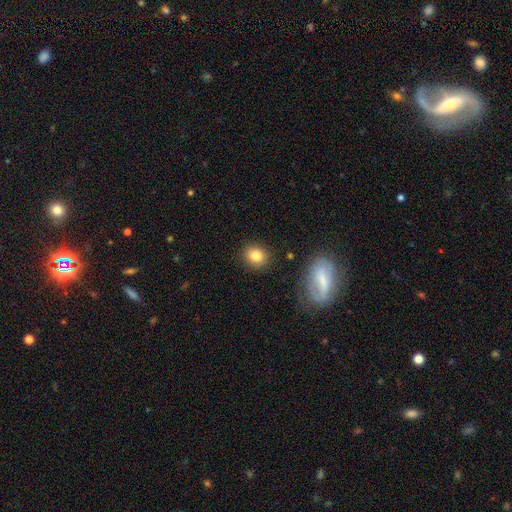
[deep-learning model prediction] Smooth or featured?
  - smooth: 83% *
  - star or artifact: 10%
  - featured or disk: 7%
How rounded?
  - round: 72% *
  - in between: 26%
  - cigar-shaped: 1%
Merging?
  - none: 87% *
  - minor disturbance: 8%
  - major disturbance: 3%
  - merger: 2%